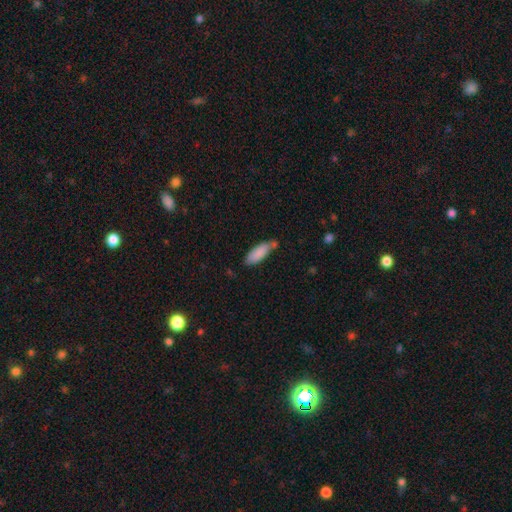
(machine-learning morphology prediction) Overall: smooth (86%). How rounded: in between (63%; cigar-shaped 35%). Merging: none (57%; minor disturbance 27%).